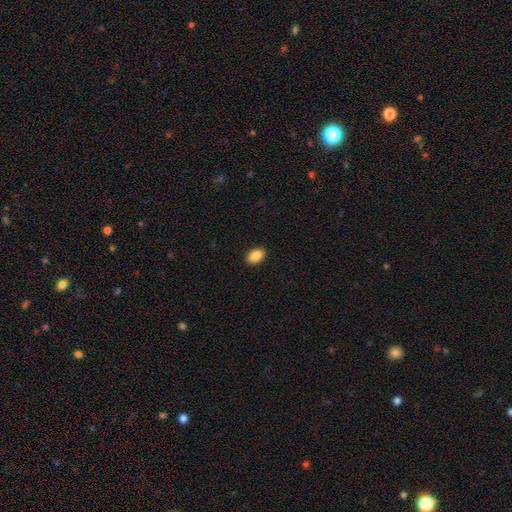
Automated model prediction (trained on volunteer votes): smooth 90%, star or artifact 7%, featured or disk 3%. Down the decision tree: how rounded — in between (90%); merging — none (91%).